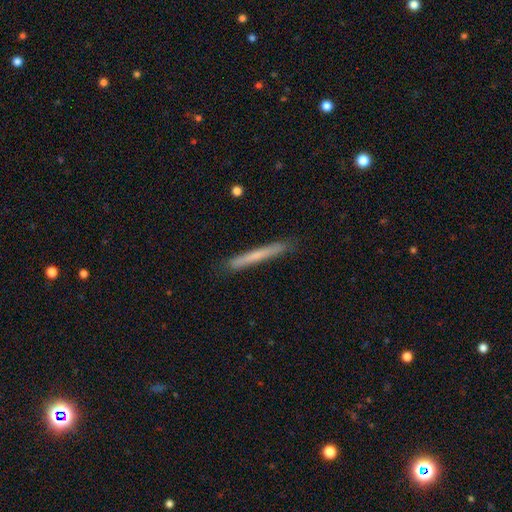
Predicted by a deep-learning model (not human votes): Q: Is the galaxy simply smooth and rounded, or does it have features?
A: smooth — 61%.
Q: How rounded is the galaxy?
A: cigar-shaped — 97%.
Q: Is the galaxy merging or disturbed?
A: none — 88%.